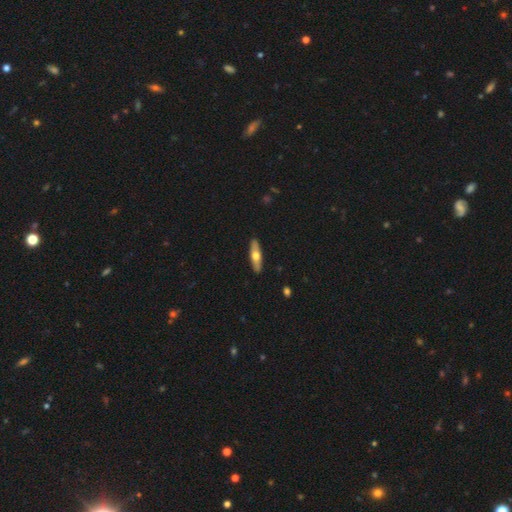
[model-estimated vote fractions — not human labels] Smooth or featured? smooth (51%)
How rounded? cigar-shaped (67%)
Merging? none (91%)